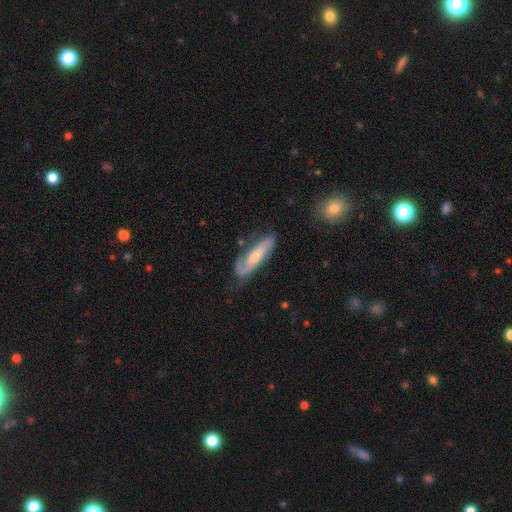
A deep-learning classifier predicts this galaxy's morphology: Overall: featured or disk (60%; smooth 34%). Edge-on disk: no (80%). Merging: none (58%; minor disturbance 26%).